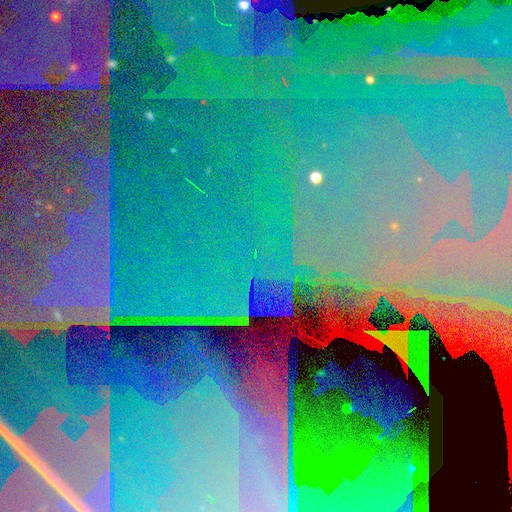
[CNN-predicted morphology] The model was most divided on "smooth or featured": star or artifact: 84%, featured or disk: 9%, smooth: 7%.